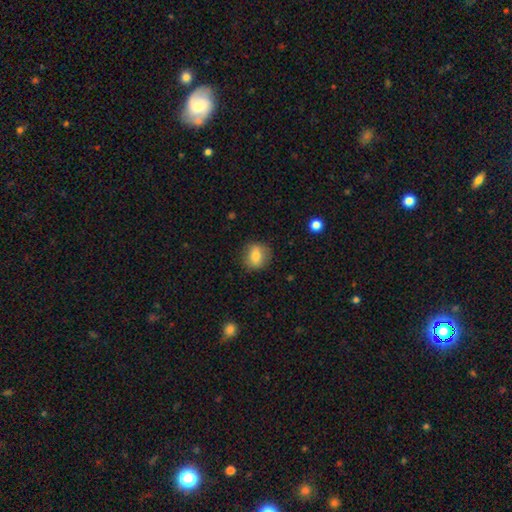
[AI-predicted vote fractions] smooth-or-featured: smooth: 76% | featured or disk: 15% | star or artifact: 9%
  how-rounded: round: 65% | in between: 33% | cigar-shaped: 2%
  merging: none: 83% | minor disturbance: 13% | major disturbance: 3% | merger: 1%